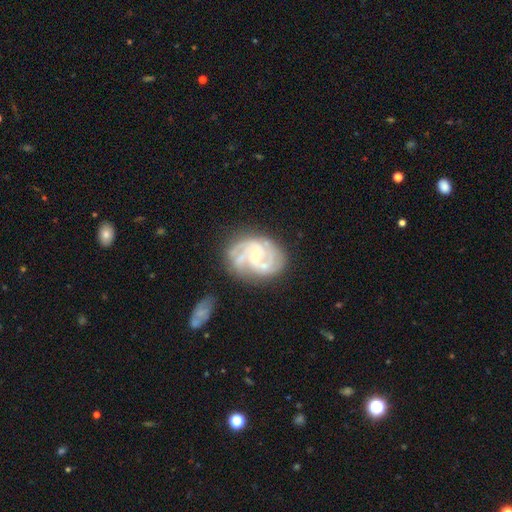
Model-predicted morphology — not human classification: Smooth or featured? Predicted: featured or disk (p=0.87). Edge-on disk? Predicted: no (p=0.98). Bar? Predicted: no (p=0.54). Spiral arms? Predicted: yes (p=0.96). Spiral winding? Predicted: tight (p=0.47). Spiral arm count? Predicted: 3 (p=0.35). Bulge size? Predicted: small (p=0.61). Merging? Predicted: none (p=0.66).